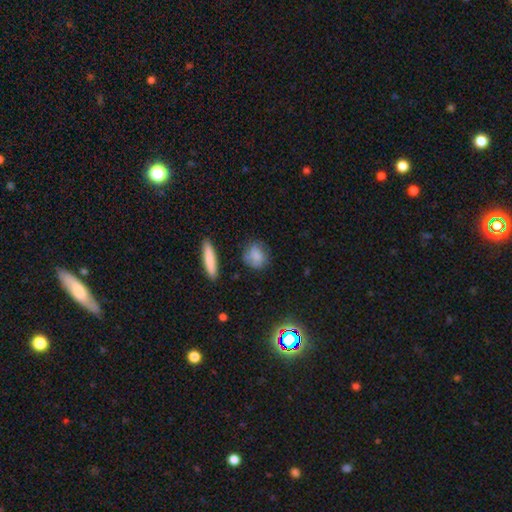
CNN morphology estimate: smooth 76%, featured or disk 15%, star or artifact 9%. Down the decision tree: how rounded — round (56%); merging — none (71%).